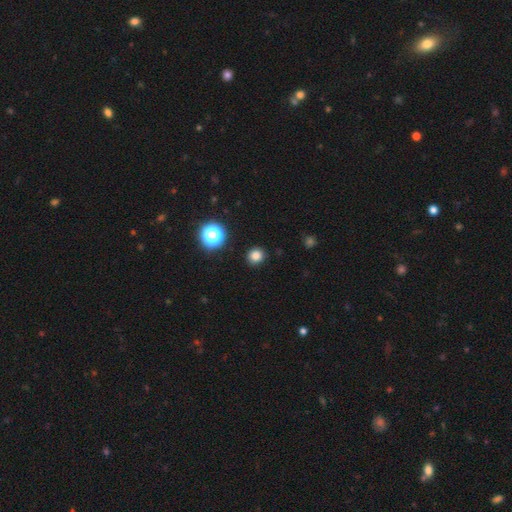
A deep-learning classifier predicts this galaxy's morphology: Smooth or featured? smooth (82%)
How rounded? round (89%)
Merging? none (91%)